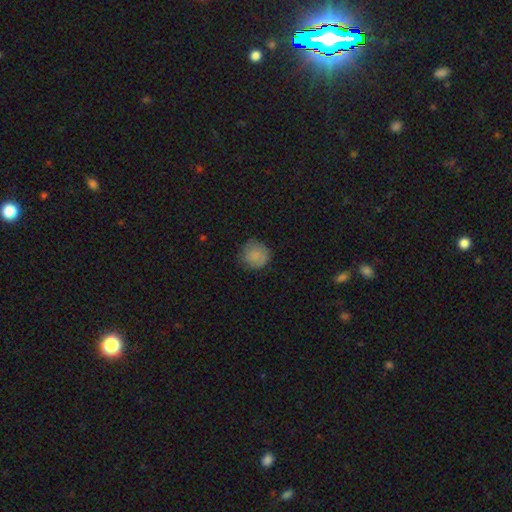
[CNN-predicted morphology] Smooth or featured: smooth — 79% (featured or disk — 13%)
How rounded: round — 90% (in between — 9%)
Merging: none — 74% (minor disturbance — 20%)